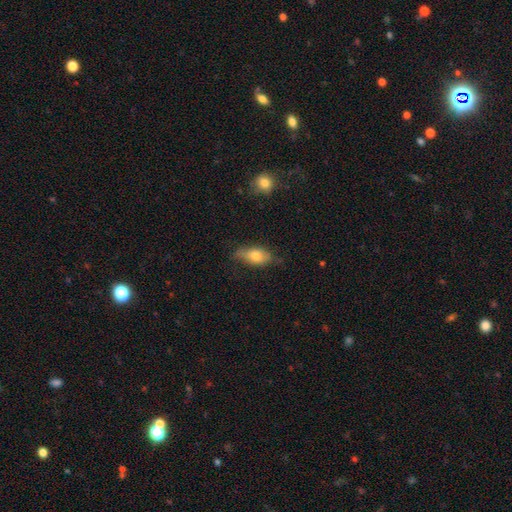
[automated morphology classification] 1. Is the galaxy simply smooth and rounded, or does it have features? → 65% smooth, 27% featured or disk, 8% star or artifact.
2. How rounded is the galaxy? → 77% in between, 18% cigar-shaped, 5% round.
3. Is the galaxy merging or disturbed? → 64% none, 28% minor disturbance, 7% major disturbance, 2% merger.